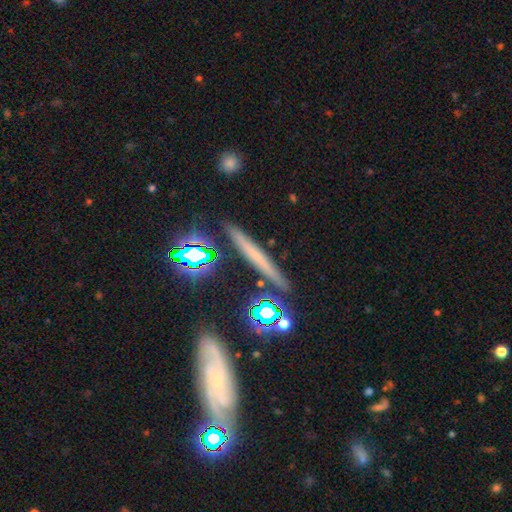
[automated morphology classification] smooth-or-featured: featured or disk: 46% | smooth: 40% | star or artifact: 15%
  merging: none: 86% | minor disturbance: 9% | merger: 3% | major disturbance: 2%